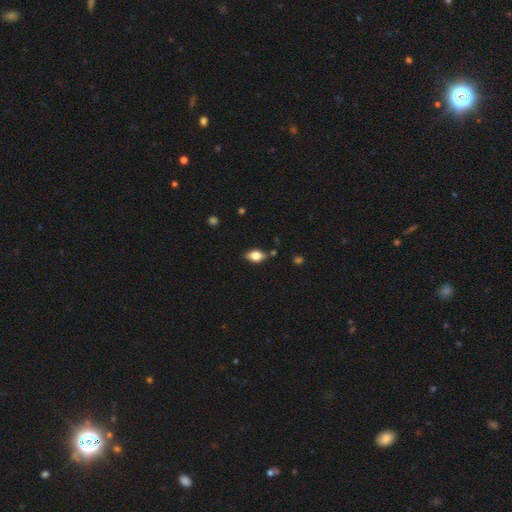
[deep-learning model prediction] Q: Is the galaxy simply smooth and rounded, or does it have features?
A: smooth — 69%.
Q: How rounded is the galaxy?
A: in between — 84%.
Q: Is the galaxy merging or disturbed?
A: none — 74%.